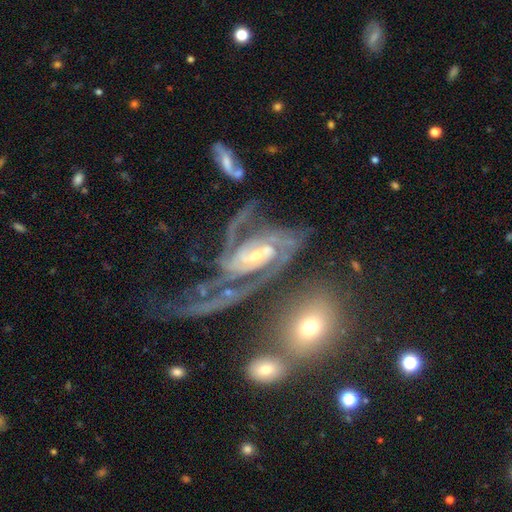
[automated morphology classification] Smooth or featured? featured or disk (90%)
Edge-on disk? no (96%)
Bar? weak (41%)
Spiral arms? yes (97%)
Spiral winding? medium (46%)
Spiral arm count? 2 (46%)
Bulge size? small (54%)
Merging? none (35%, tied with major disturbance)